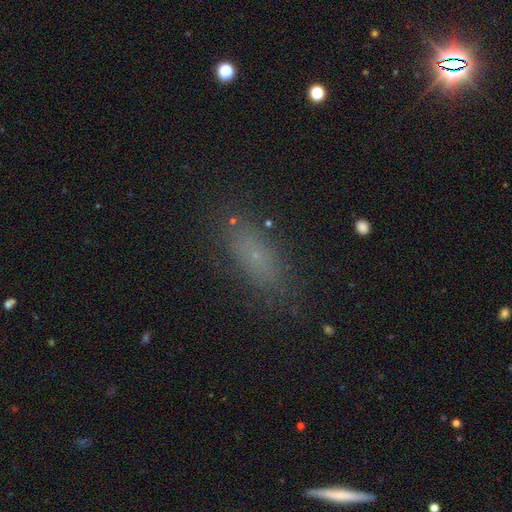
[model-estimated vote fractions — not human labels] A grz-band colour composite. It shows a smooth galaxy with no disk features (67%) that is in between round and cigar-shaped (69%). Merging: none (81%).